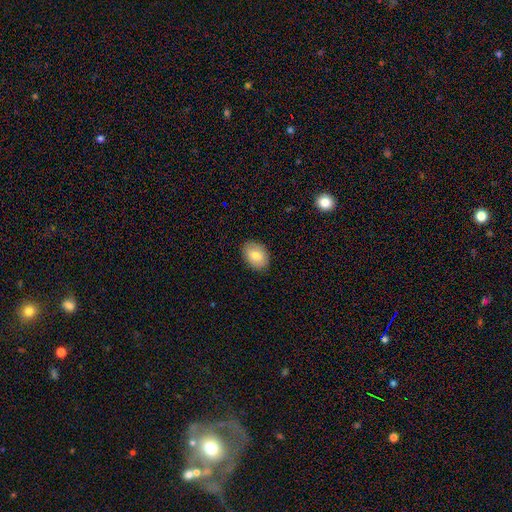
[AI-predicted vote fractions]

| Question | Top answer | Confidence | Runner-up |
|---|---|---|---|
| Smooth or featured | smooth | 79% | featured or disk (14%) |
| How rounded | in between | 83% | round (15%) |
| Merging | none | 88% | minor disturbance (9%) |